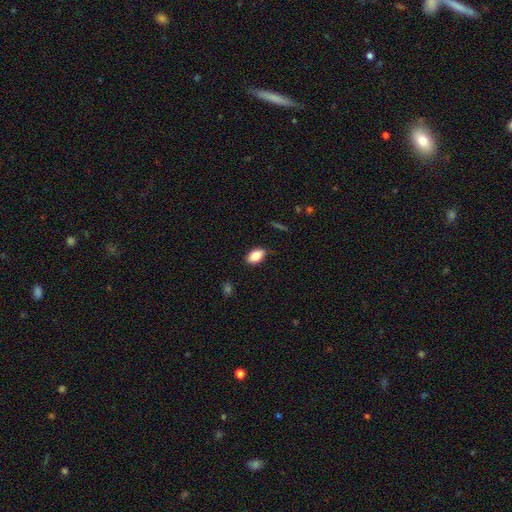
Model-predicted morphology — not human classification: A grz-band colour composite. It shows a smooth galaxy with no disk features (83%) that is in between round and cigar-shaped (91%). Merging: none (83%).